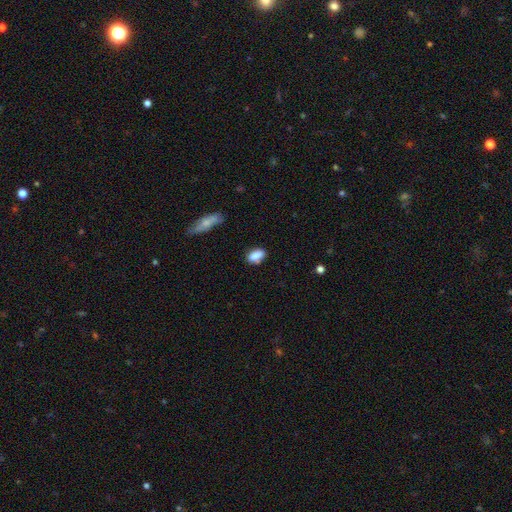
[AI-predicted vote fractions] Smooth or featured?
  - smooth: 84% *
  - star or artifact: 8%
  - featured or disk: 8%
How rounded?
  - in between: 87% *
  - round: 8%
  - cigar-shaped: 4%
Merging?
  - none: 73% *
  - minor disturbance: 20%
  - merger: 4%
  - major disturbance: 4%